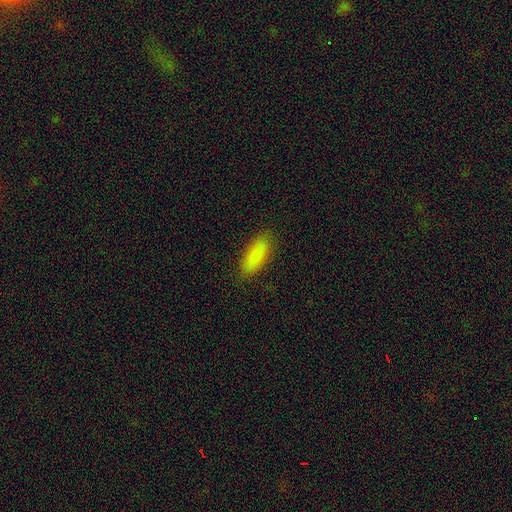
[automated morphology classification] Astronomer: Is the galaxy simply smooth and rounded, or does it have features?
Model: smooth — 87%.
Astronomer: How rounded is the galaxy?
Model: in between — 79%.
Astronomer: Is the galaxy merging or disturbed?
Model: none — 85%.